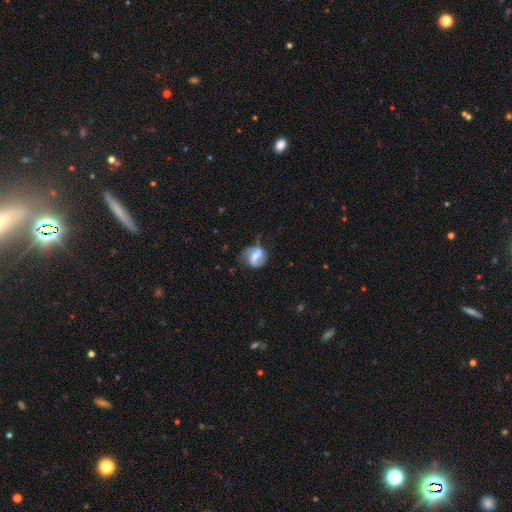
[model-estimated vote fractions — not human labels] smooth-or-featured: featured or disk: 70% | smooth: 23% | star or artifact: 7%
  disk-edge-on: no: 97% | yes: 3%
    bar: weak: 44% | strong: 35% | no: 21%
    has-spiral-arms: yes: 88% | no: 12%
      spiral-winding: loose: 44% | medium: 40% | tight: 17%
      spiral-arm-count: 2: 82% | 1: 9% | can't tell: 6% | 3: 1% | 4: 1% | more than 4: 1%
    bulge-size: moderate: 48% | small: 35% | none: 9% | large: 7% | dominant: 2%
  merging: none: 61% | minor disturbance: 23% | major disturbance: 13% | merger: 3%